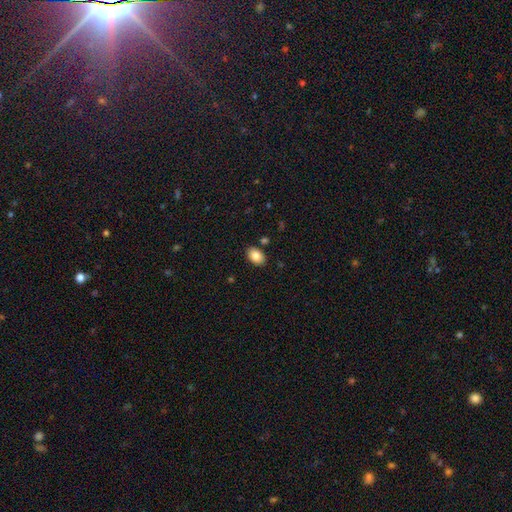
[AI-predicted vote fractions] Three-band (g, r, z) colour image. It shows a smooth galaxy with no disk features (85%) that is in between round and cigar-shaped (87%). Merging: none (87%).